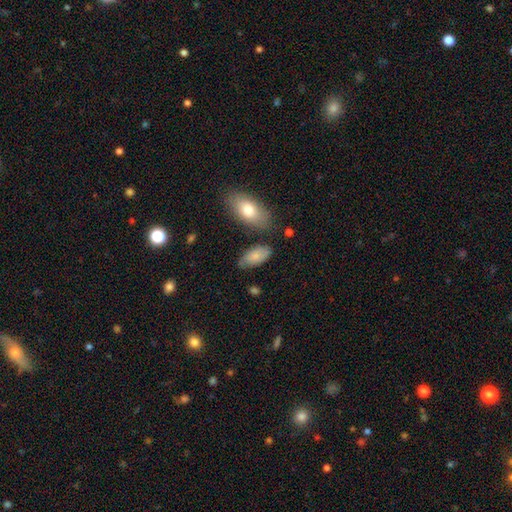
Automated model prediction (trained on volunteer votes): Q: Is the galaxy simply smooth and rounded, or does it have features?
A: smooth — 76%.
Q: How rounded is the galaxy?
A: in between — 93%.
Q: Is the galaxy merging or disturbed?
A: none — 67%.